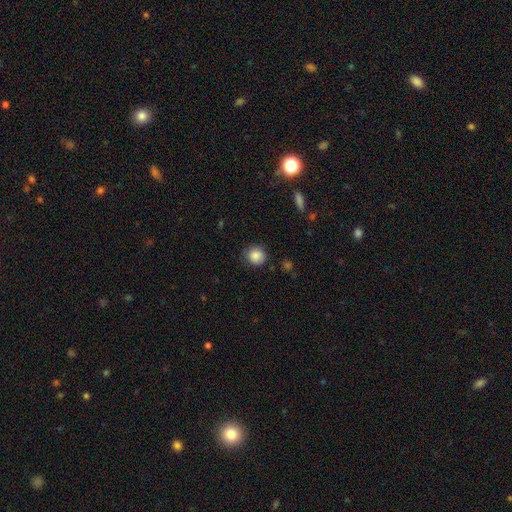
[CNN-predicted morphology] smooth 86%, star or artifact 9%, featured or disk 5%. Down the decision tree: how rounded — round (85%); merging — none (79%).